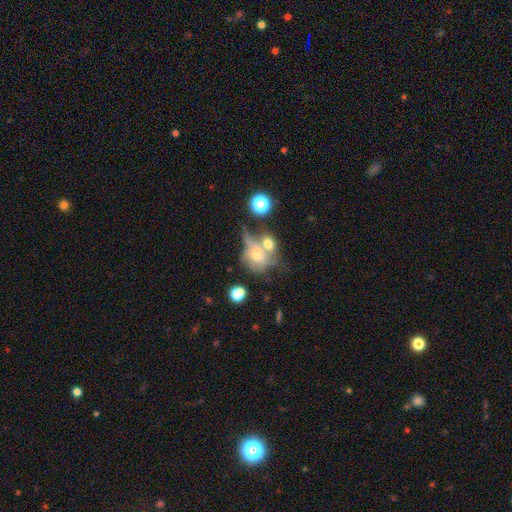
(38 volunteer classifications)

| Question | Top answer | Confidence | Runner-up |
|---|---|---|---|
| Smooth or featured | smooth | 55% | featured or disk (39%) |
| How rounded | in between | 52% | round (48%) |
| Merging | merger | 72% | none (11%) |